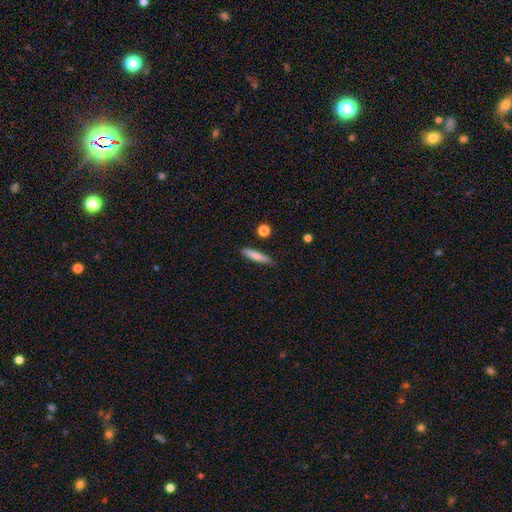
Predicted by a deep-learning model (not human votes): Smooth or featured? smooth (79%)
How rounded? cigar-shaped (88%)
Merging? none (85%)